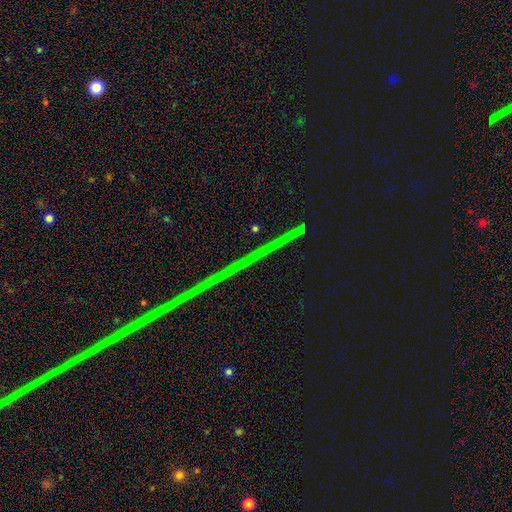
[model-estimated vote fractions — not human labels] Overall: star or artifact (89%).